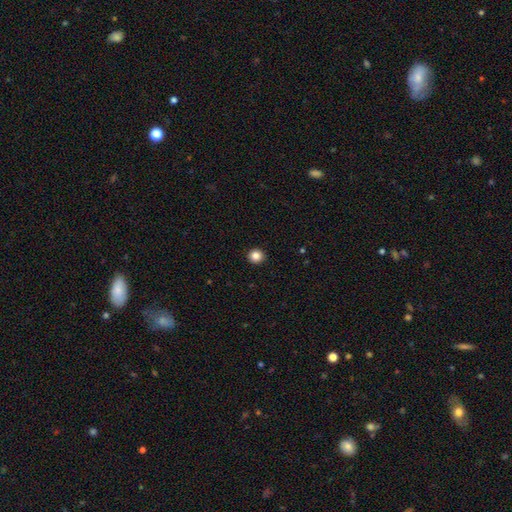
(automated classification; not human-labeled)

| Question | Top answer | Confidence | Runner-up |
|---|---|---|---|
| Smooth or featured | smooth | 84% | star or artifact (11%) |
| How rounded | round | 91% | in between (8%) |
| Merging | none | 93% | minor disturbance (4%) |